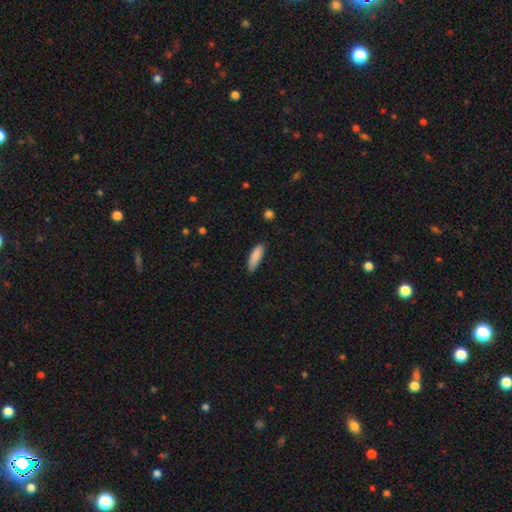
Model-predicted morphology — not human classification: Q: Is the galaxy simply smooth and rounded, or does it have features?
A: smooth — 87%.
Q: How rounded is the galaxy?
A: in between — 51%.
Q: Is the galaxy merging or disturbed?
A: none — 79%.